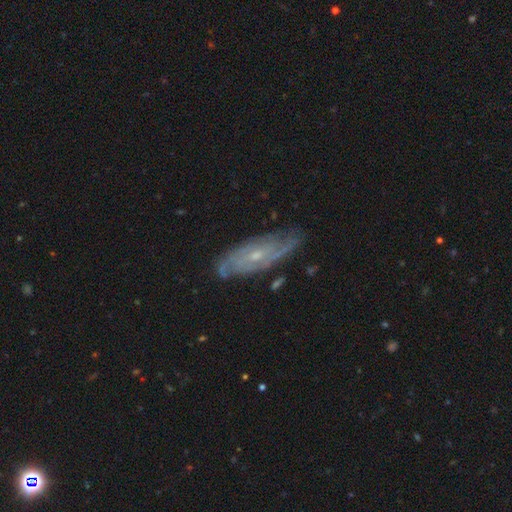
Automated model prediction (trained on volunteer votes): smooth_or_featured: featured or disk (p=0.79) [alt: smooth p=0.14]
disk_edge_on: no (p=0.84) [alt: yes p=0.16]
bar: no (p=0.63) [alt: weak p=0.31]
has_spiral_arms: yes (p=0.92) [alt: no p=0.08]
spiral_winding: tight (p=0.56) [alt: medium p=0.34]
spiral_arm_count: can't tell (p=0.39) [alt: 2 p=0.34]
bulge_size: small (p=0.71) [alt: moderate p=0.24]
merging: none (p=0.77) [alt: minor disturbance p=0.17]